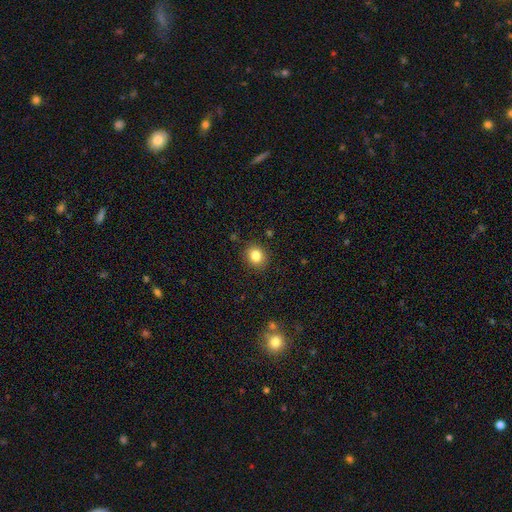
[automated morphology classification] smooth 83%, star or artifact 11%, featured or disk 6%. Down the decision tree: how rounded — round (75%); merging — none (89%).